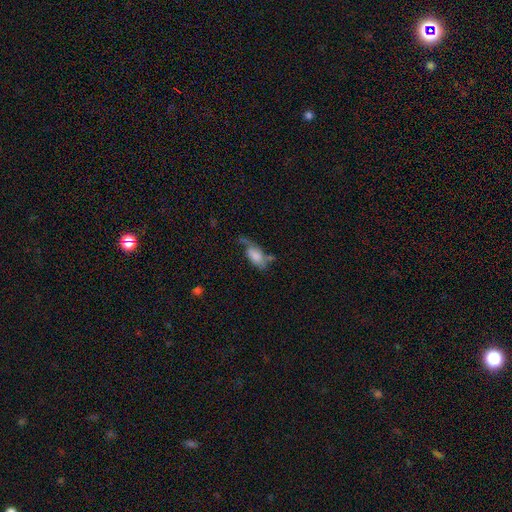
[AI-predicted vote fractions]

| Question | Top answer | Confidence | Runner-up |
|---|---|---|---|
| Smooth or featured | smooth | 63% | featured or disk (29%) |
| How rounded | in between | 88% | cigar-shaped (8%) |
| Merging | major disturbance | 35% | minor disturbance (27%) |